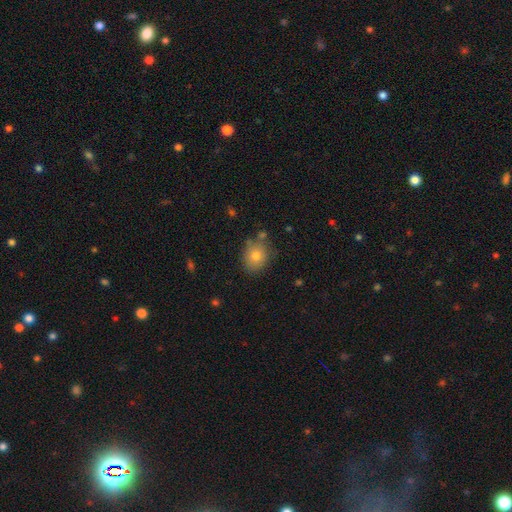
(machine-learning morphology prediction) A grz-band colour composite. It shows a smooth galaxy with no disk features (77%) that is round (65%). Merging: none (75%).